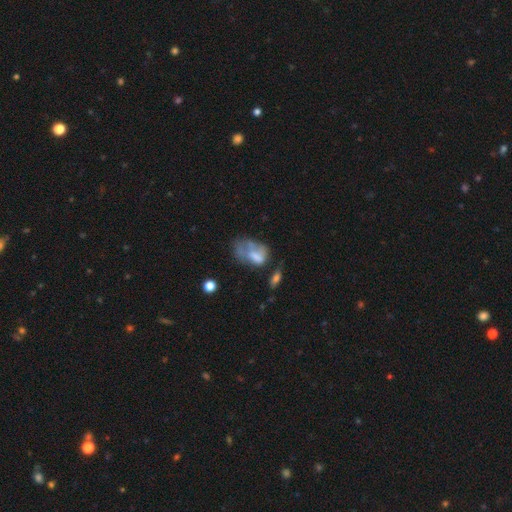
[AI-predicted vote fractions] smooth_or_featured: smooth (p=0.54) [alt: featured or disk p=0.34]
how_rounded: in between (p=0.83) [alt: round p=0.14]
merging: major disturbance (p=0.39) [alt: minor disturbance p=0.23]